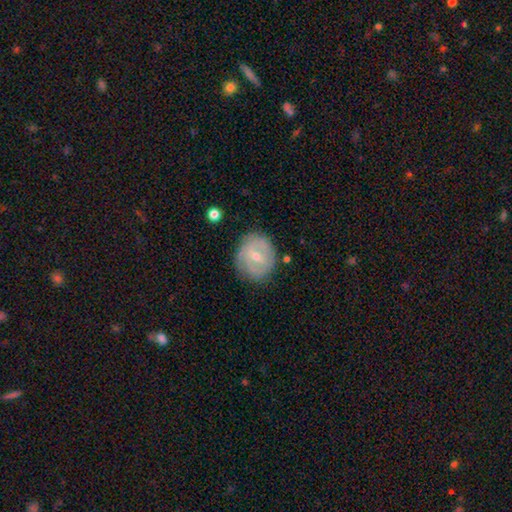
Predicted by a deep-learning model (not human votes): Overall: featured or disk (65%; smooth 29%). Edge-on disk: no (97%). Bar: weak (55%; no 29%). Spiral arms: yes (74%). Bulge size: small (56%; moderate 41%). Merging: none (75%).